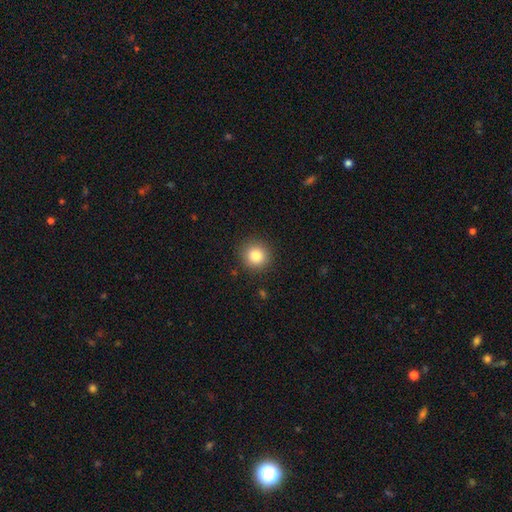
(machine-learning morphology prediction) Smooth or featured? Predicted: smooth (p=0.84). How rounded? Predicted: round (p=0.93). Merging? Predicted: none (p=0.90).